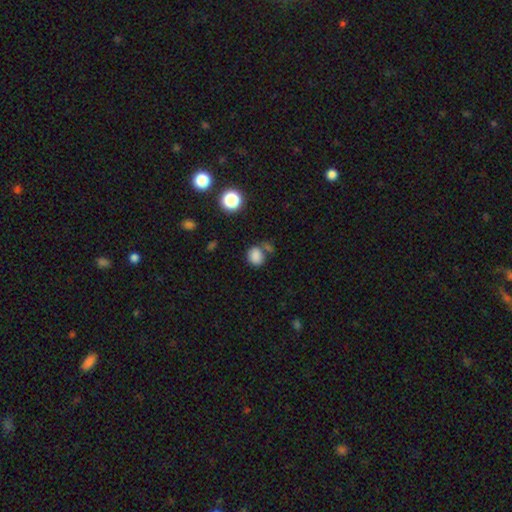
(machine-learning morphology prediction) A smooth galaxy with no disk features (82%) that is round (60%).

Vote fractions:
- Smooth or featured? smooth: 82% / star or artifact: 13% / featured or disk: 5%
- How rounded? round: 60% / in between: 39% / cigar-shaped: 1%
- Merging? none: 61% / merger: 17% / minor disturbance: 16% / major disturbance: 6%